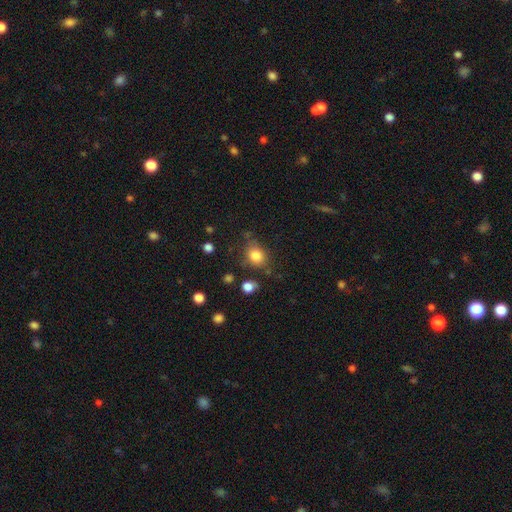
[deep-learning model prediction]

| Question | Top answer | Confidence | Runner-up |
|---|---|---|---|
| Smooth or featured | smooth | 82% | star or artifact (11%) |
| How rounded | round | 53% | in between (46%) |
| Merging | none | 68% | minor disturbance (20%) |